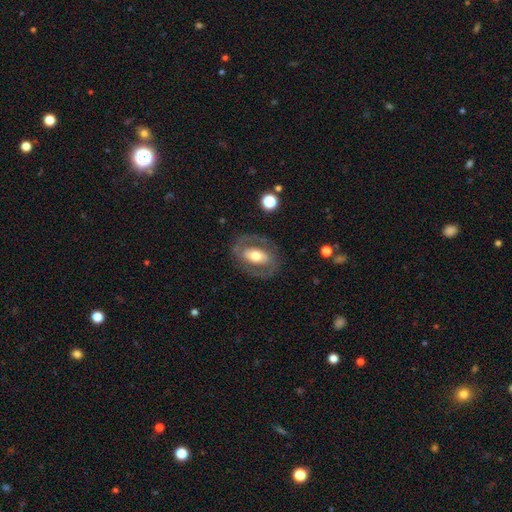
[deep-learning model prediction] Morphology: type=featured or disk (65%); edge-on=no (94%); bar=no (44%); spiral arms=yes (54%); bulge=moderate (63%); merging=none (78%).